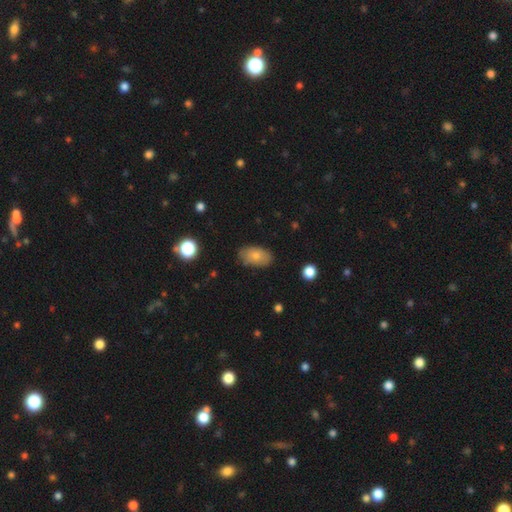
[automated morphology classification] Q: Smooth or featured?
A: smooth (77%); runner-up: featured or disk (16%)
Q: How rounded?
A: in between (92%); runner-up: round (7%)
Q: Merging?
A: none (77%); runner-up: minor disturbance (18%)